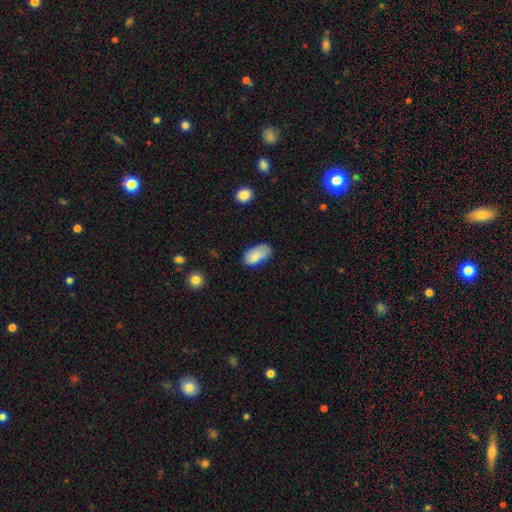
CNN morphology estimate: smooth-or-featured: smooth: 84% | featured or disk: 9% | star or artifact: 7%
  how-rounded: in between: 94% | round: 3% | cigar-shaped: 3%
  merging: none: 58% | minor disturbance: 32% | major disturbance: 8% | merger: 2%